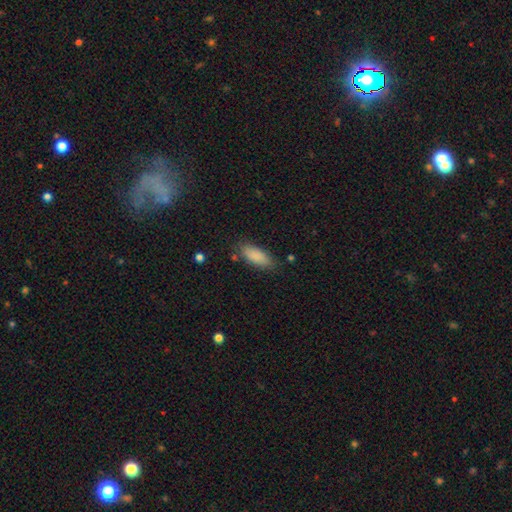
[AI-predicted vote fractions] smooth_or_featured: smooth (p=0.88) [alt: star or artifact p=0.07]
how_rounded: in between (p=0.77) [alt: cigar-shaped p=0.21]
merging: none (p=0.80) [alt: minor disturbance p=0.14]